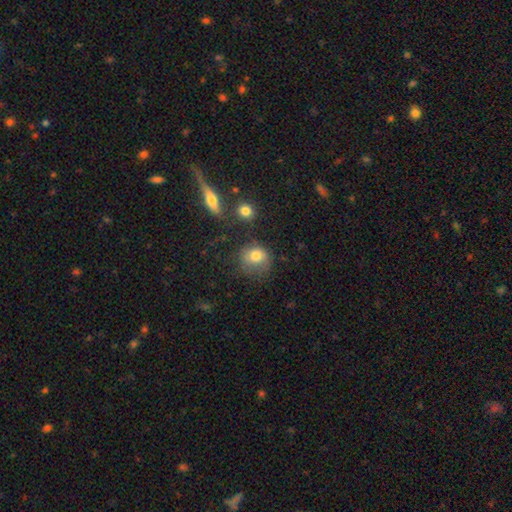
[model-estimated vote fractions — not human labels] A smooth galaxy with no disk features (77%) that is round (70%).

Vote fractions:
- Smooth or featured? smooth: 77% / featured or disk: 13% / star or artifact: 10%
- How rounded? round: 70% / in between: 29% / cigar-shaped: 1%
- Merging? none: 52% / minor disturbance: 27% / major disturbance: 15% / merger: 6%